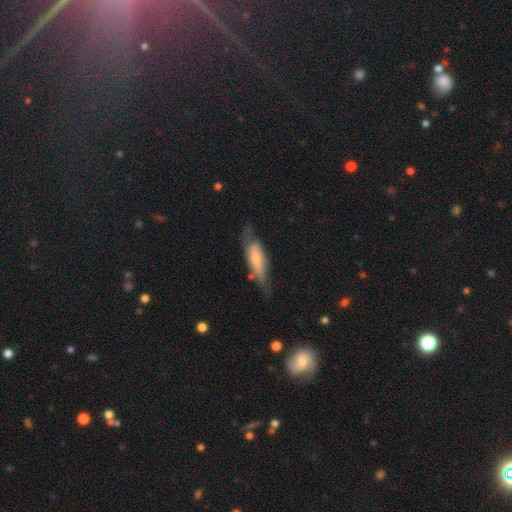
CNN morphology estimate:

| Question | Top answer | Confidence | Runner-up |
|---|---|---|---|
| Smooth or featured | featured or disk | 50% | smooth (42%) |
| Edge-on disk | no | 51% | yes (49%) |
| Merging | none | 58% | minor disturbance (28%) |